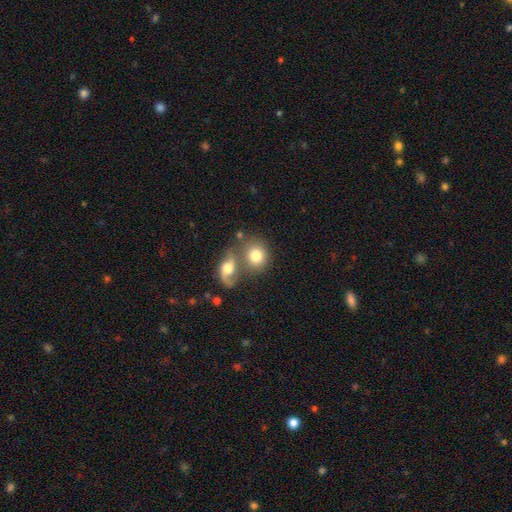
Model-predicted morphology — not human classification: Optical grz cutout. It shows a smooth galaxy with no disk features (75%) that is round (70%). Merging: merger (49%).